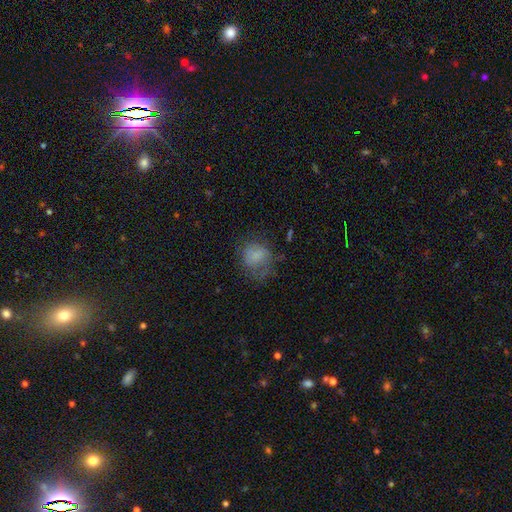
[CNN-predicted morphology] The model was most divided on "merging": none: 50%, minor disturbance: 25%, major disturbance: 23%, merger: 2%. More confident: smooth or featured — smooth (71%); how rounded — round (68%).